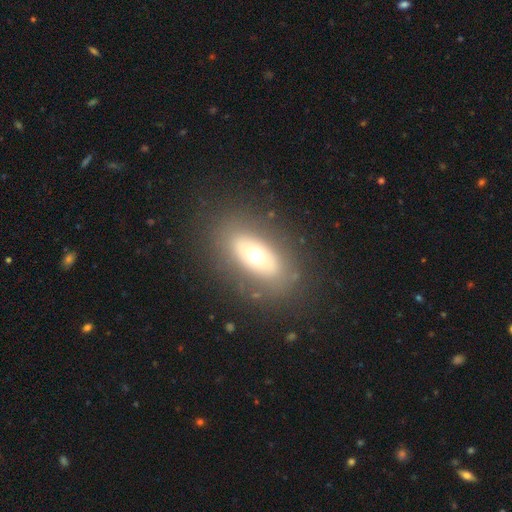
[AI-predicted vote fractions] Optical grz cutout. It shows a smooth galaxy with no disk features (51%) that is in between round and cigar-shaped (84%). Merging: none (82%).